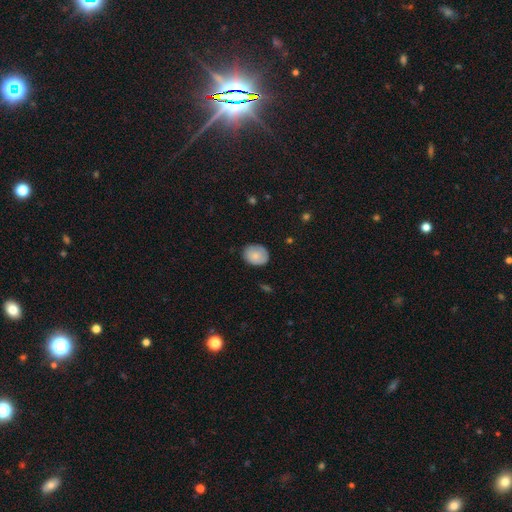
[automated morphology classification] The model was most divided on "how rounded": round: 51%, in between: 48%, cigar-shaped: 1%. More confident: merging — none (78%); smooth or featured — smooth (76%).